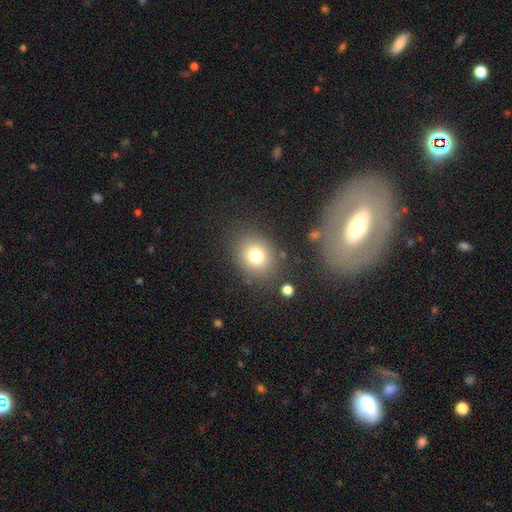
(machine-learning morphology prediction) type=smooth (77%); roundness=round (66%); merging=none (81%).